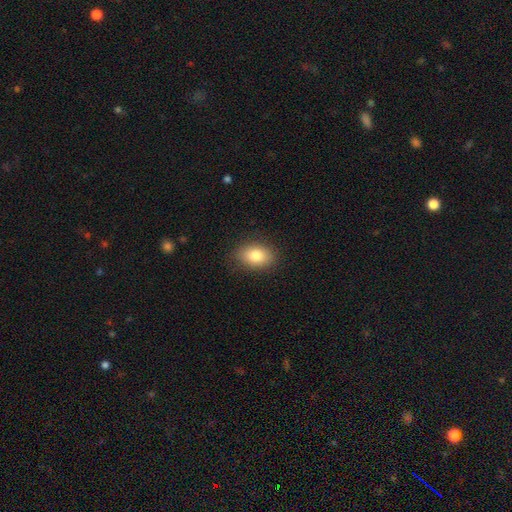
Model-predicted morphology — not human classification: smooth_or_featured: smooth (p=0.81) [alt: featured or disk p=0.10]
how_rounded: in between (p=0.83) [alt: round p=0.16]
merging: none (p=0.86) [alt: minor disturbance p=0.10]